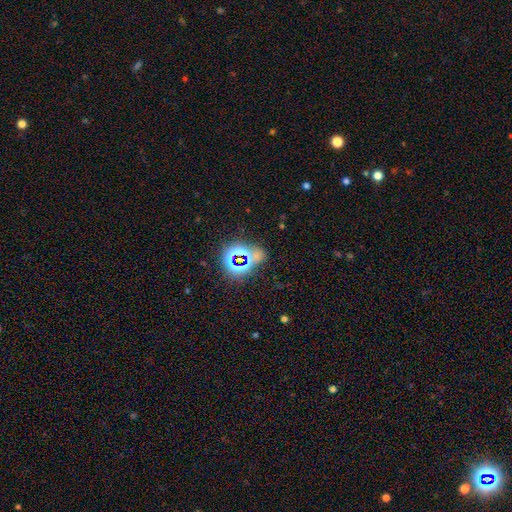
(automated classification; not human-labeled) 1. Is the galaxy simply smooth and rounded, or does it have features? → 70% star or artifact, 20% smooth, 10% featured or disk.